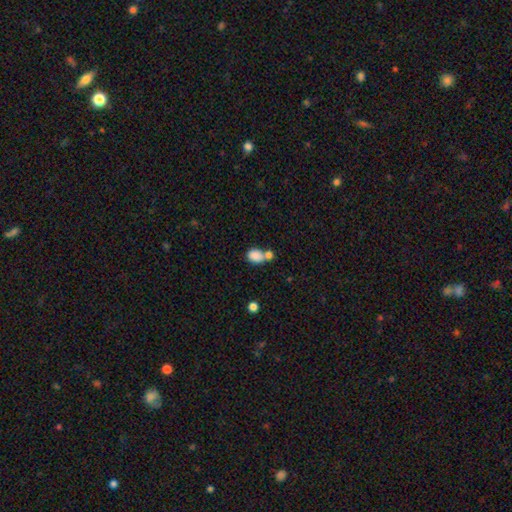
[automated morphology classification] A smooth galaxy with no disk features (84%) that is in between round and cigar-shaped (65%).

Vote fractions:
- Smooth or featured? smooth: 84% / star or artifact: 9% / featured or disk: 7%
- How rounded? in between: 65% / round: 33% / cigar-shaped: 1%
- Merging? merger: 48% / none: 35% / minor disturbance: 11% / major disturbance: 5%